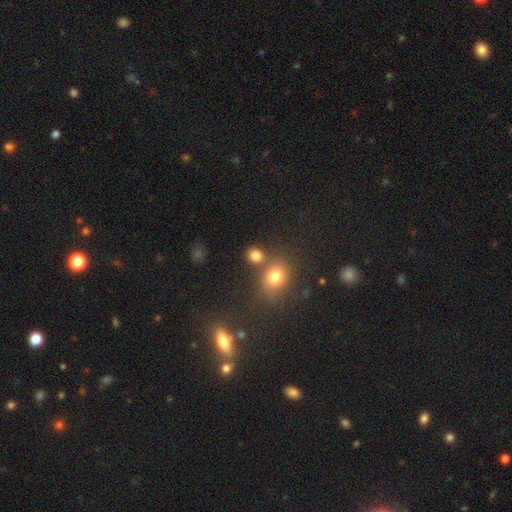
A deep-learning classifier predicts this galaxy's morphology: smooth_or_featured: smooth (p=0.79) [alt: star or artifact p=0.15]
how_rounded: round (p=0.65) [alt: in between p=0.34]
merging: none (p=0.65) [alt: merger p=0.21]